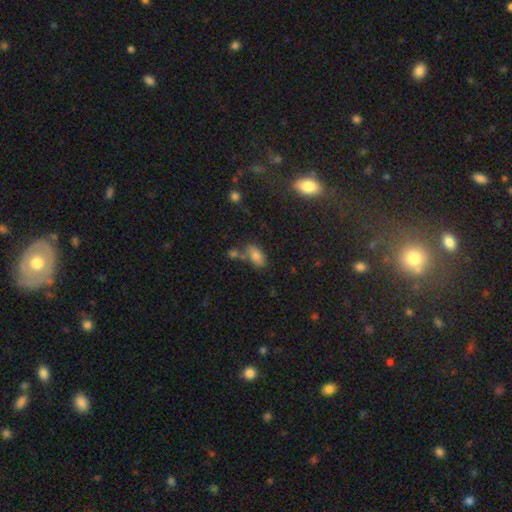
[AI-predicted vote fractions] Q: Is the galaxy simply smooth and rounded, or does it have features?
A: smooth — 76%.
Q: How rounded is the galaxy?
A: in between — 91%.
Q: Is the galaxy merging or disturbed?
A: none — 63%.